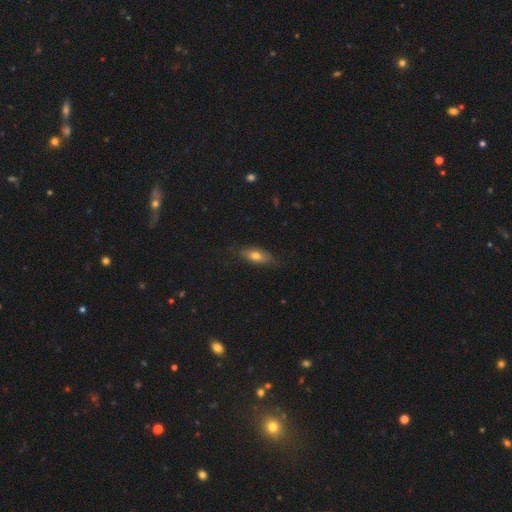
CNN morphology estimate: Overall: smooth (67%). How rounded: in between (80%). Merging: none (72%).